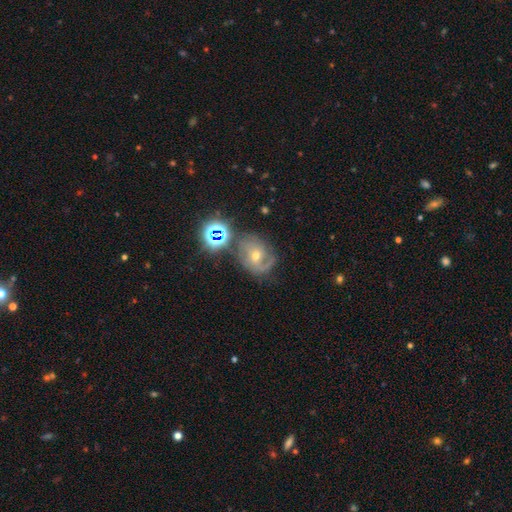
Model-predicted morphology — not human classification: Smooth or featured? Predicted: featured or disk (p=0.65). Edge-on disk? Predicted: no (p=0.97). Bar? Predicted: no (p=0.55). Spiral arms? Predicted: yes (p=0.89). Spiral winding? Predicted: medium (p=0.42). Spiral arm count? Predicted: 2 (p=0.46). Bulge size? Predicted: moderate (p=0.53). Merging? Predicted: none (p=0.61).